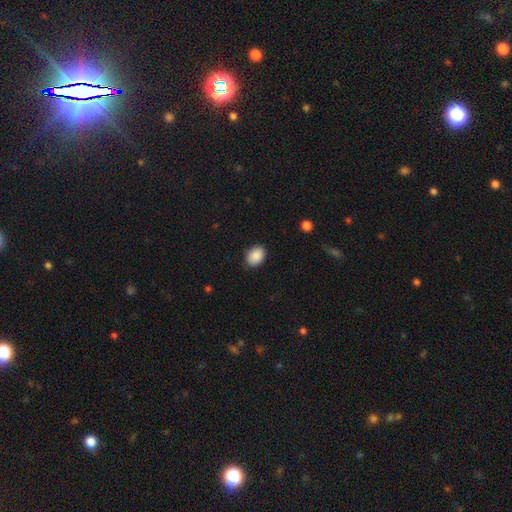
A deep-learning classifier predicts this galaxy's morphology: Smooth or featured: smooth — 89% (star or artifact — 8%)
How rounded: in between — 72% (round — 27%)
Merging: none — 86% (minor disturbance — 10%)